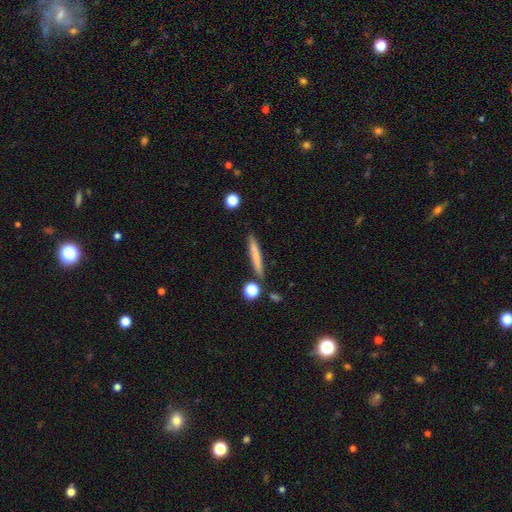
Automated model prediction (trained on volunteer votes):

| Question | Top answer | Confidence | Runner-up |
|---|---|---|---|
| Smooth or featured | smooth | 68% | featured or disk (24%) |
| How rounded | cigar-shaped | 93% | in between (5%) |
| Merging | none | 83% | minor disturbance (10%) |